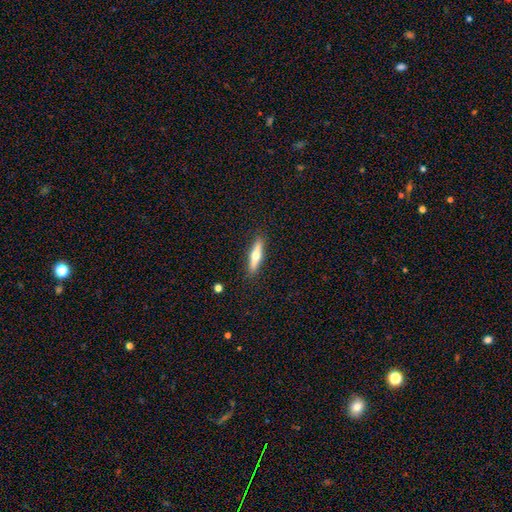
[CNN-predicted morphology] A smooth galaxy with no disk features (47%, tied with featured or disk).

Vote fractions:
- Smooth or featured? smooth: 47% (tied) / featured or disk: 47% (tied) / star or artifact: 6%
- Merging? none: 89% / minor disturbance: 8% / major disturbance: 2% / merger: 1%